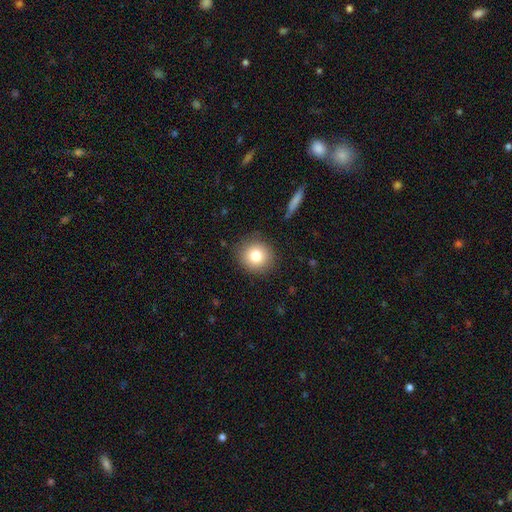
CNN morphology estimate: A smooth galaxy with no disk features (80%) that is round (89%). Merging: none (87%).